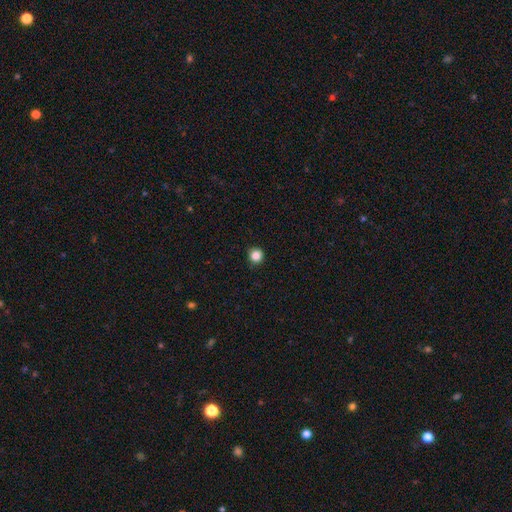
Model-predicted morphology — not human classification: Q: Smooth or featured?
A: smooth (85%); runner-up: star or artifact (11%)
Q: How rounded?
A: round (94%); runner-up: in between (6%)
Q: Merging?
A: none (92%); runner-up: minor disturbance (6%)